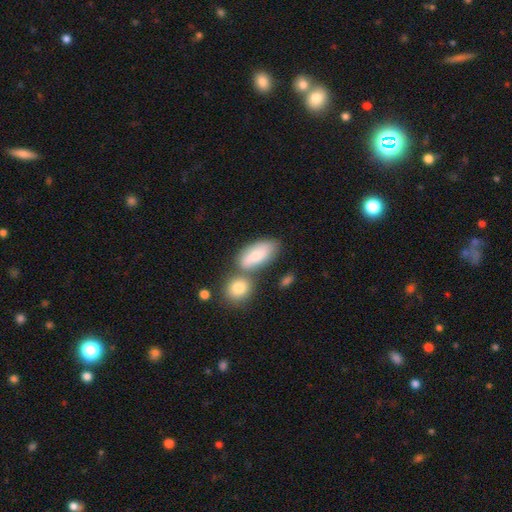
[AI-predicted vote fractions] smooth-or-featured: smooth: 76% | featured or disk: 17% | star or artifact: 7%
  how-rounded: in between: 86% | cigar-shaped: 10% | round: 5%
  merging: none: 51% | merger: 30% | minor disturbance: 14% | major disturbance: 5%